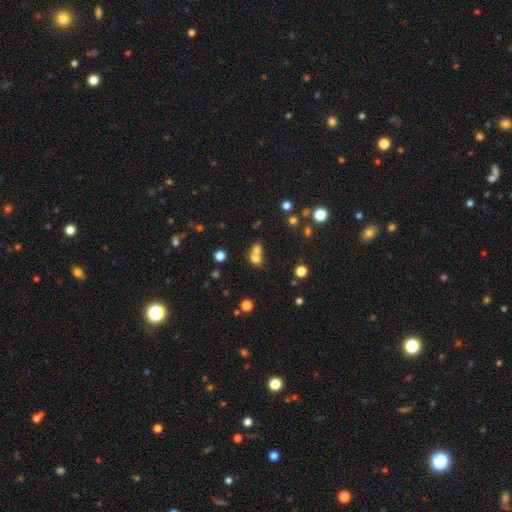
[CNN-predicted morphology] This appears to be a smooth galaxy with no disk features (70%) that is round (68%). Merging: merger (63%).